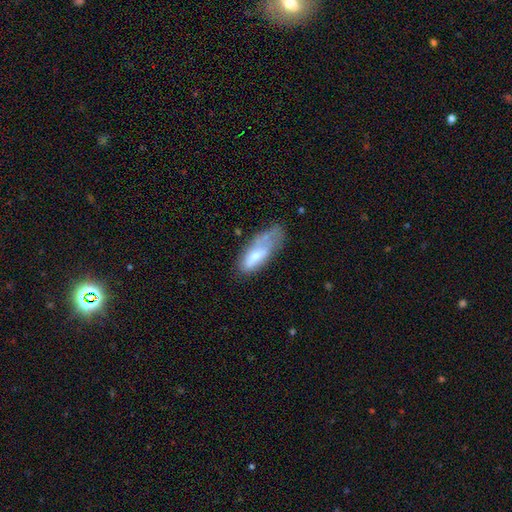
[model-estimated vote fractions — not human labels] Morphology: type=smooth (63%); roundness=in between (68%); merging=minor disturbance (35%).